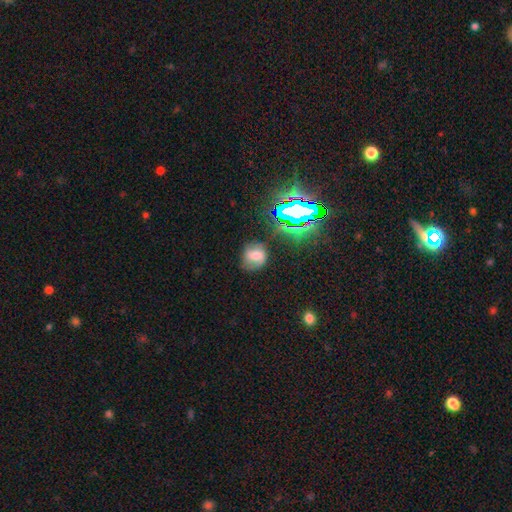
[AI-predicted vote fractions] Morphology: type=smooth (50%); merging=none (67%).